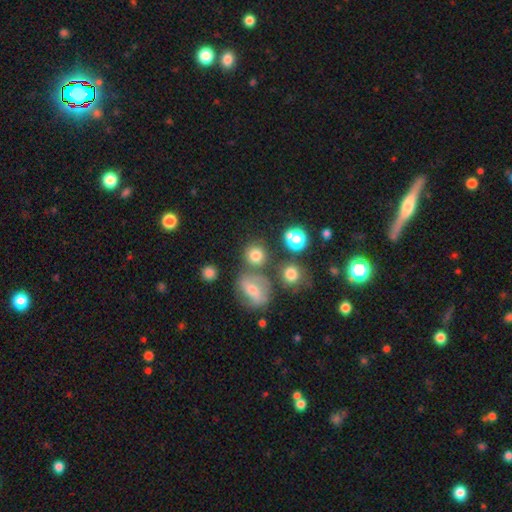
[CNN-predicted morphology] This is likely a smooth galaxy (75%). How rounded: clearly round (86%). Merging: likely none (66%).